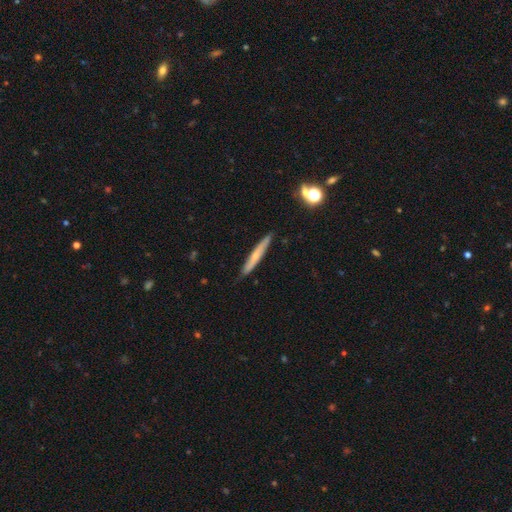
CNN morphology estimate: Q: Smooth or featured?
A: smooth (54%); runner-up: featured or disk (39%)
Q: How rounded?
A: cigar-shaped (95%); runner-up: in between (4%)
Q: Merging?
A: none (87%); runner-up: minor disturbance (10%)